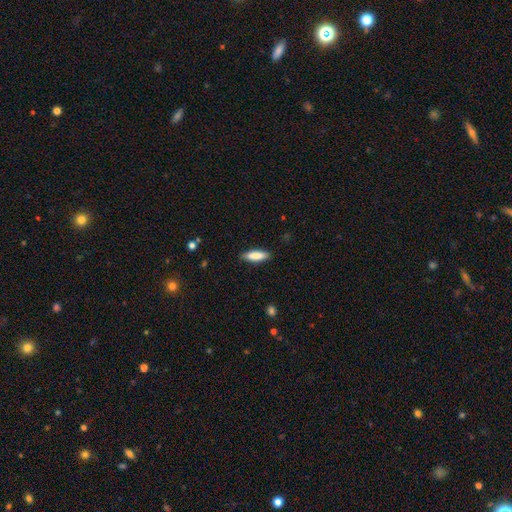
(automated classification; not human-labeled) The model was most divided on "how rounded": cigar-shaped: 51%, in between: 47%, round: 2%. More confident: merging — none (87%); smooth or featured — smooth (85%).